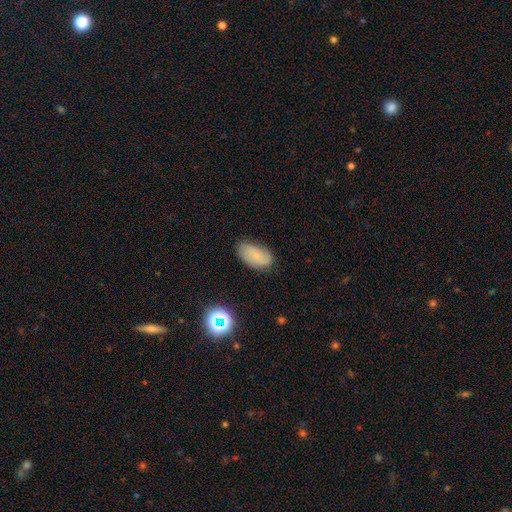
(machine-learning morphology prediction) smooth-or-featured: smooth: 64% | featured or disk: 24% | star or artifact: 12%
  how-rounded: in between: 92% | round: 6% | cigar-shaped: 2%
  merging: none: 71% | minor disturbance: 23% | major disturbance: 5% | merger: 2%